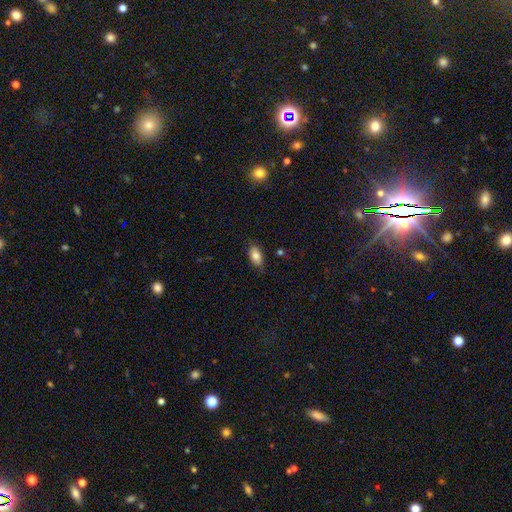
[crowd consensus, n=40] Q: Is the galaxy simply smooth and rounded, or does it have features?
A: smooth — 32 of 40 (80%).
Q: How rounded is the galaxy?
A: in between — 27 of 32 (84%).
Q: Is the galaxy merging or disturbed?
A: none — 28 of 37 (76%).